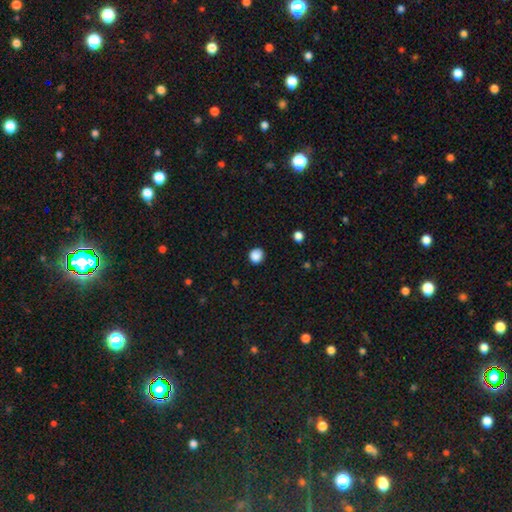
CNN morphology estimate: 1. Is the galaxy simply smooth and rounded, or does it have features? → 87% smooth, 10% star or artifact, 3% featured or disk.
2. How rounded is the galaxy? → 89% round, 10% in between, 1% cigar-shaped.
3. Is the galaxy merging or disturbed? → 89% none, 8% minor disturbance, 2% major disturbance, 1% merger.